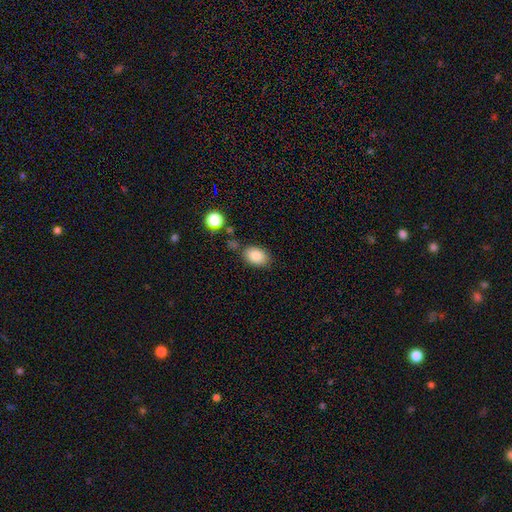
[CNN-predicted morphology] Overall: smooth (85%). How rounded: in between (85%). Merging: none (77%).